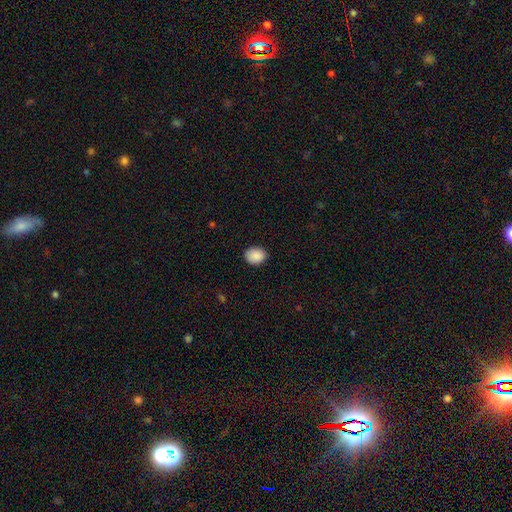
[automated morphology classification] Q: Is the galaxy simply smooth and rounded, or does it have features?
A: smooth — 89%.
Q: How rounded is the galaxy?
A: round — 53%.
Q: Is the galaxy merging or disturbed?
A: none — 86%.